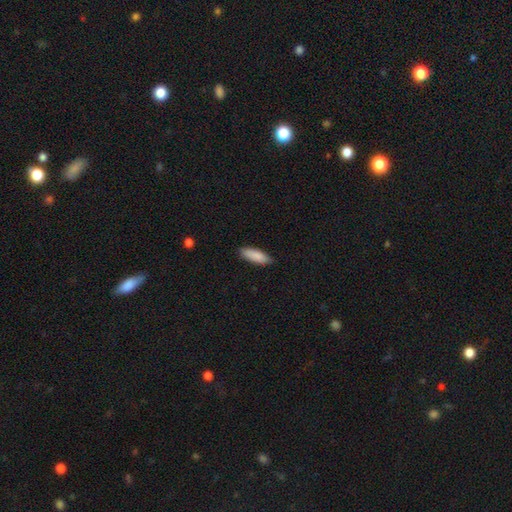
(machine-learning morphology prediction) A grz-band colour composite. It shows a smooth galaxy with no disk features (88%) that is in between round and cigar-shaped (56%). Merging: none (85%).